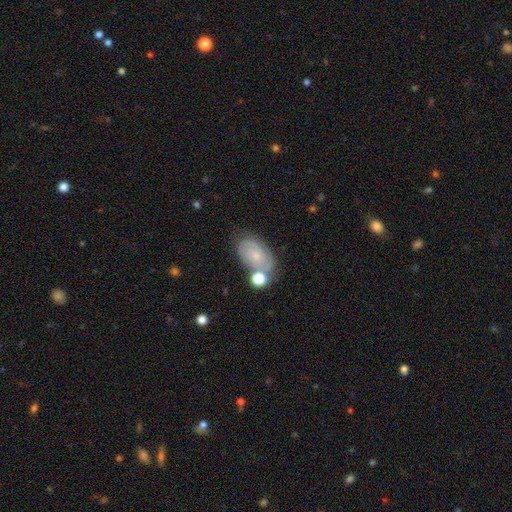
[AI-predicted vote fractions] The model was most divided on "smooth or featured": featured or disk: 55%, smooth: 36%, star or artifact: 9%. More confident: edge-on disk — no (95%); spiral arms — yes (78%); bar — no (78%); bulge size — small (71%); merging — none (58%).